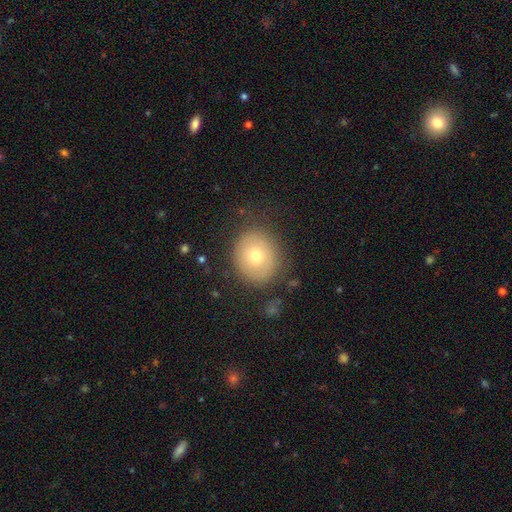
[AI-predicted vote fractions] Morphology: type=smooth (66%); roundness=round (74%); merging=none (80%).